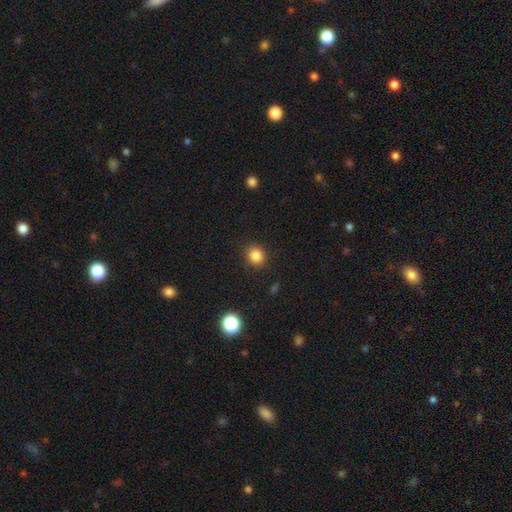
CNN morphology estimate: This appears to be a smooth galaxy with no disk features (84%) that is round (78%). Merging: none (88%).